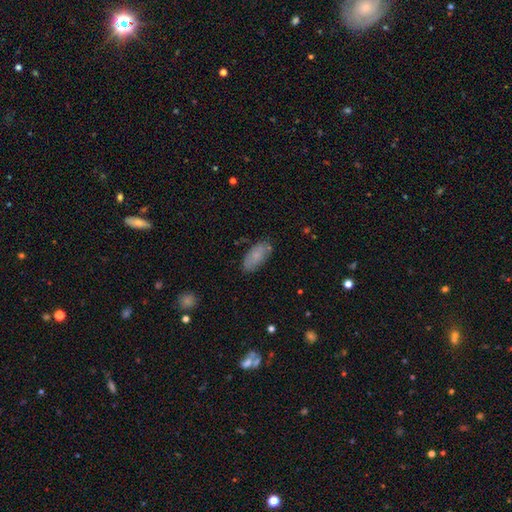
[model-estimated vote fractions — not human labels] smooth 75%, featured or disk 18%, star or artifact 7%. Down the decision tree: how rounded — in between (90%); merging — none (77%).